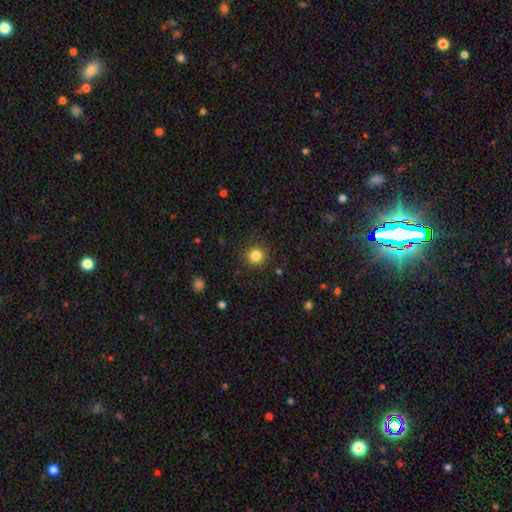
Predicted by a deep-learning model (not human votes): Smooth or featured: smooth — 83% (star or artifact — 11%)
How rounded: round — 94% (in between — 5%)
Merging: none — 89% (minor disturbance — 7%)